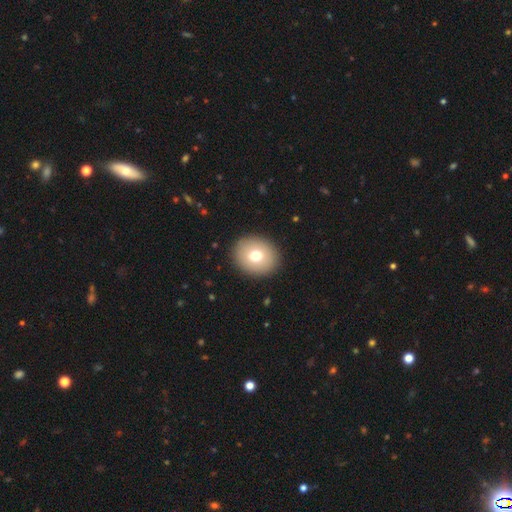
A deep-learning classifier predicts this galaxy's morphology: type=smooth (72%); roundness=round (71%); merging=none (91%).